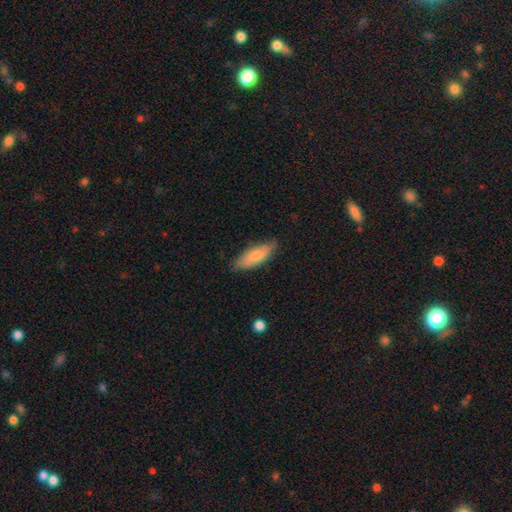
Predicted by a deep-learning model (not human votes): A smooth galaxy with no disk features (77%) that is in between round and cigar-shaped (62%). Merging: none (76%).